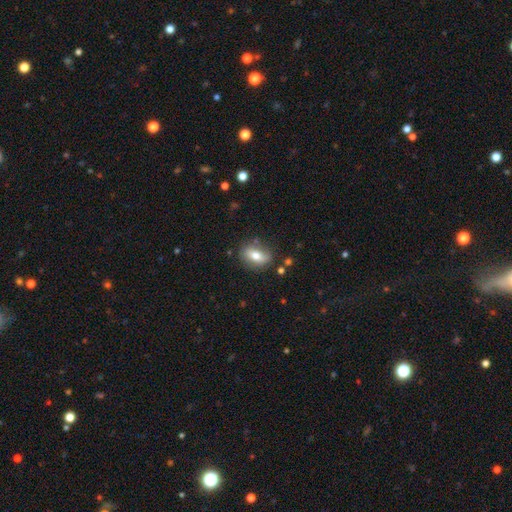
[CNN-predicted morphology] type=smooth (69%); roundness=in between (76%); merging=none (78%).